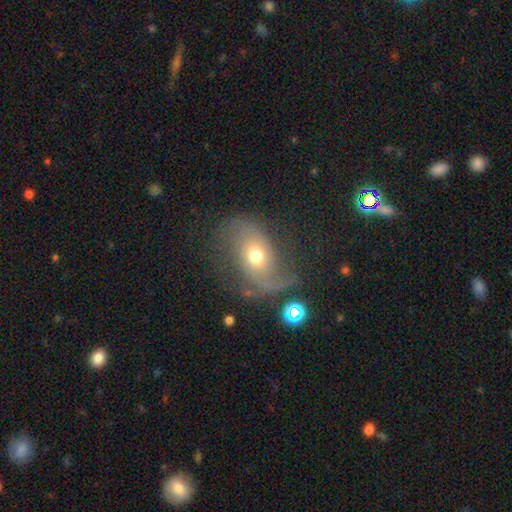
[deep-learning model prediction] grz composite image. It shows a featured or disk galaxy (64%) with no bar (71%), spiral arms (80%) and a moderate central bulge (60%). Merging: none (53%).